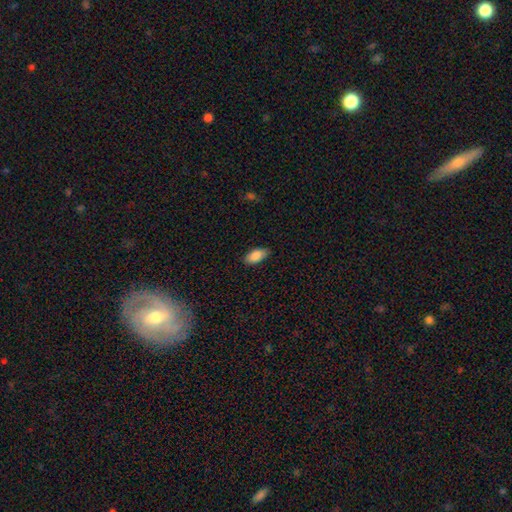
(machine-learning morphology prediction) The model was most divided on "merging": none: 85%, minor disturbance: 12%, major disturbance: 2%, merger: 1%. More confident: how rounded — in between (91%); smooth or featured — smooth (88%).